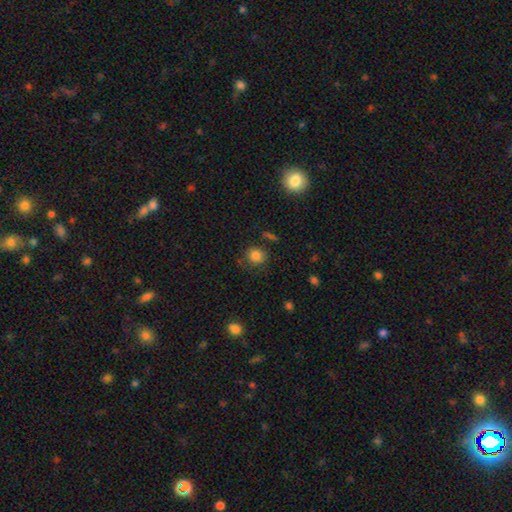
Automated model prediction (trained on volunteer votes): Smooth or featured: smooth — 82% (star or artifact — 12%)
How rounded: round — 84% (in between — 15%)
Merging: none — 76% (minor disturbance — 15%)